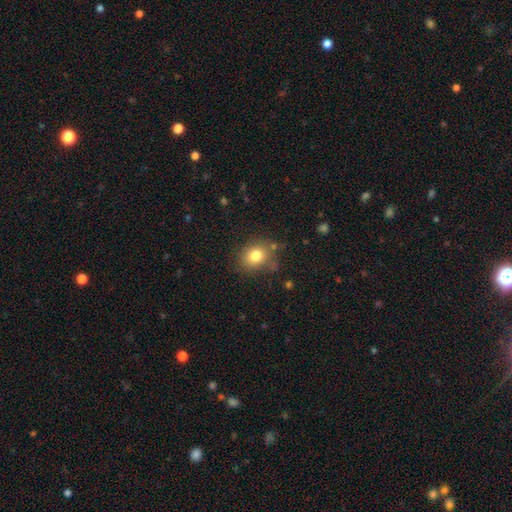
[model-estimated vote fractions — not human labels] Smooth or featured: smooth — 79% (star or artifact — 11%)
How rounded: round — 61% (in between — 38%)
Merging: none — 74% (minor disturbance — 17%)